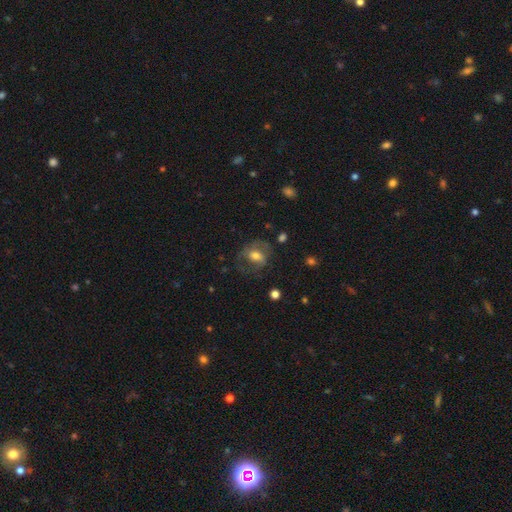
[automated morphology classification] This appears to be a smooth galaxy with no disk features (49%). Merging: none (54%).